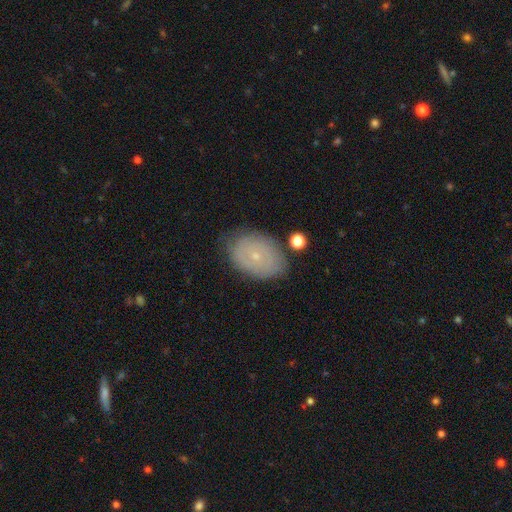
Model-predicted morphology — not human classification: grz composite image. It shows a featured or disk galaxy (47%). Merging: none (77%).